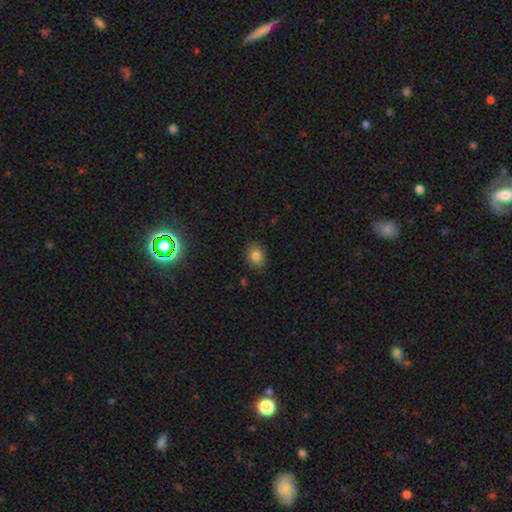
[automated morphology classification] smooth 81%, star or artifact 11%, featured or disk 8%. Down the decision tree: how rounded — in between (52%); merging — none (87%).